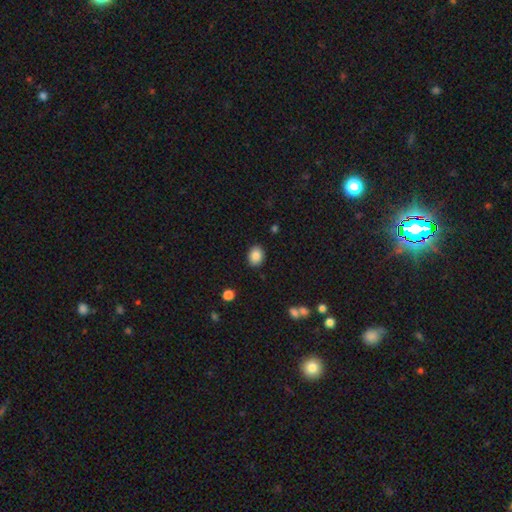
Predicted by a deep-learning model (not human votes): Q: Smooth or featured?
A: smooth (87%); runner-up: star or artifact (9%)
Q: How rounded?
A: in between (59%); runner-up: round (40%)
Q: Merging?
A: none (88%); runner-up: minor disturbance (9%)